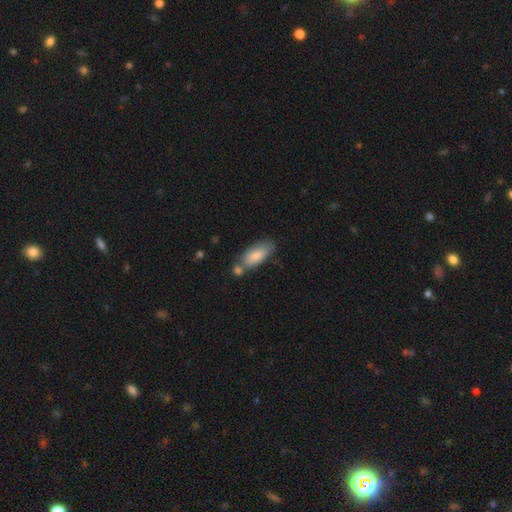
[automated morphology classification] The model was most divided on "merging": none: 51%, merger: 25%, minor disturbance: 19%, major disturbance: 5%. More confident: smooth or featured — smooth (81%); how rounded — in between (80%).